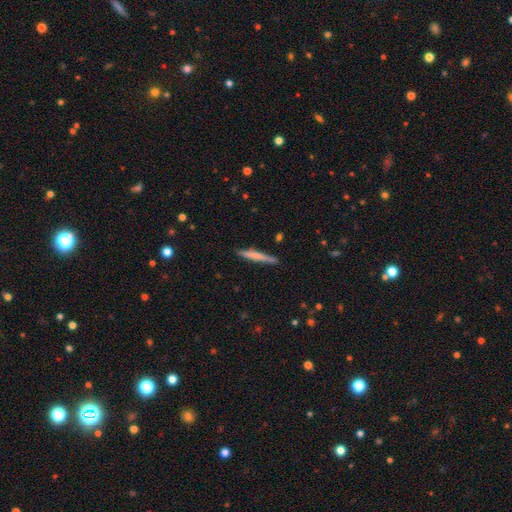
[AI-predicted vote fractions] smooth 64%, featured or disk 31%, star or artifact 6%. Down the decision tree: how rounded — cigar-shaped (95%); merging — none (85%).